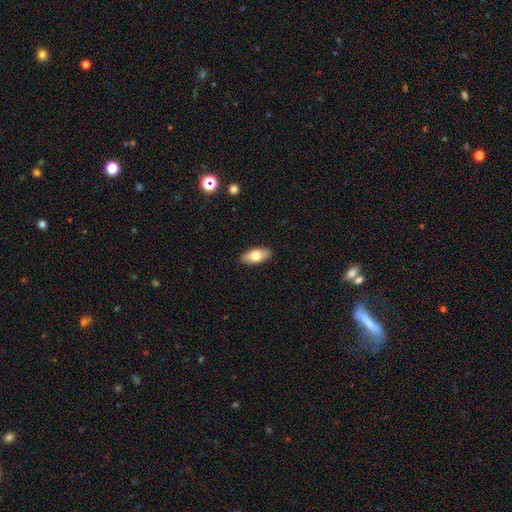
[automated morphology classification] This appears to be a smooth galaxy with no disk features (75%) that is in between round and cigar-shaped (91%). Merging: none (89%).